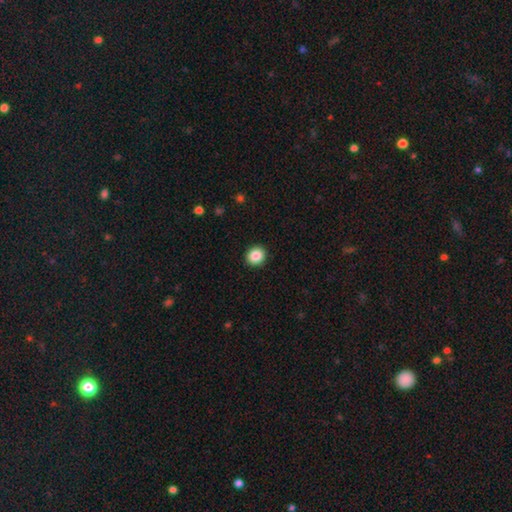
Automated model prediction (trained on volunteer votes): Smooth or featured? smooth (87%)
How rounded? round (88%)
Merging? none (92%)